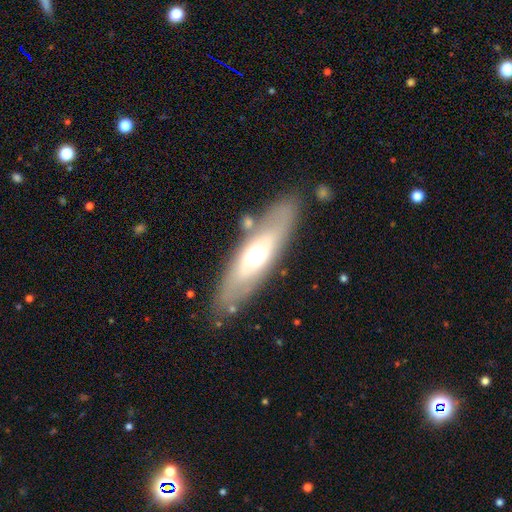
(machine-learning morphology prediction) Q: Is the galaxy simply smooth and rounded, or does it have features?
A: featured or disk — 53%.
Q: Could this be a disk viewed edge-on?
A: no — 61%.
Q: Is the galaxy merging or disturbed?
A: none — 80%.